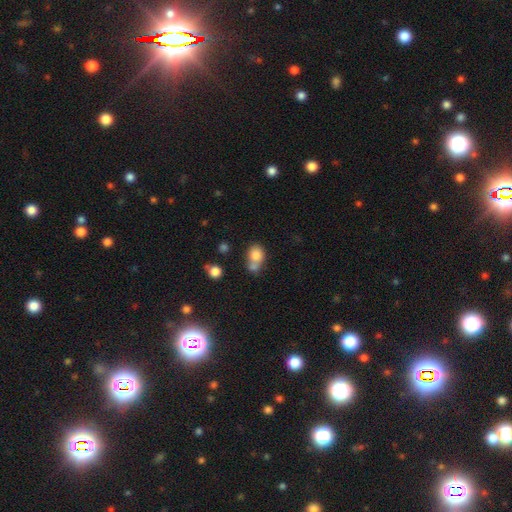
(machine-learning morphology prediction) The model was most divided on "how rounded": round: 50%, in between: 48%, cigar-shaped: 1%. Remaining: smooth or featured — smooth (80%); merging — merger (49%).